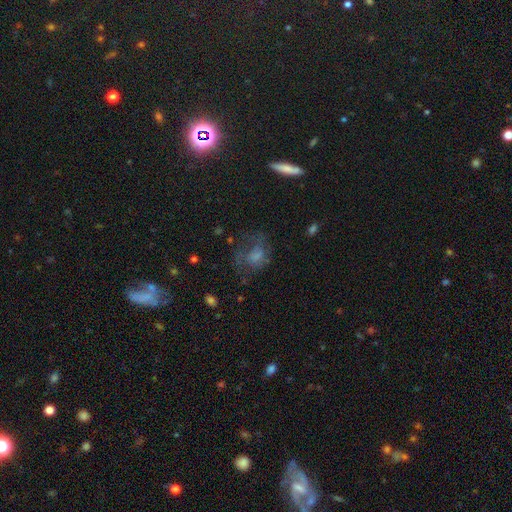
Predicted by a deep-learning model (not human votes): smooth 51%, featured or disk 32%, star or artifact 16%. Down the decision tree: how rounded — in between (54%); merging — none (42%).